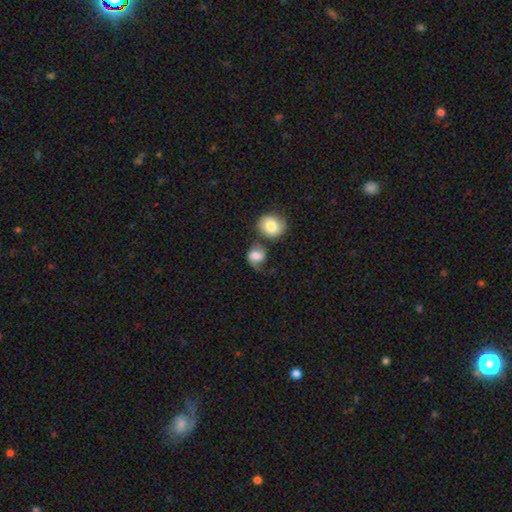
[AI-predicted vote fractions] Smooth or featured: smooth — 49% (featured or disk — 43%)
Merging: none — 48% (merger — 22%)